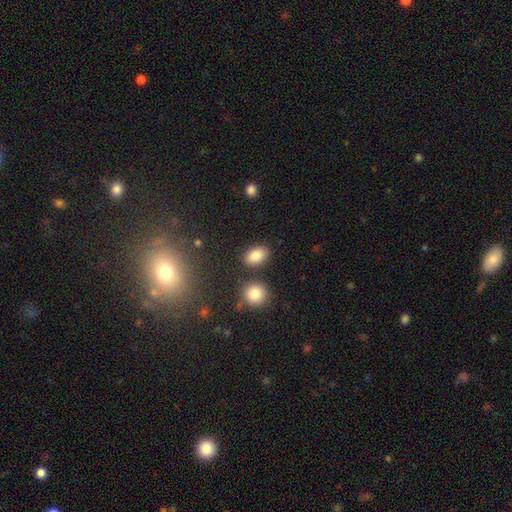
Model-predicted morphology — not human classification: Smooth or featured? smooth (84%)
How rounded? in between (84%)
Merging? none (82%)